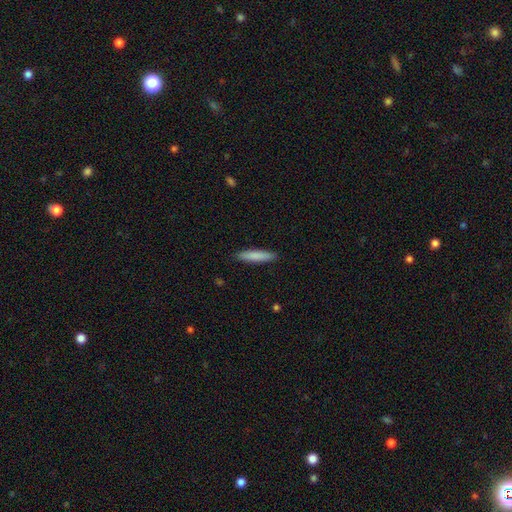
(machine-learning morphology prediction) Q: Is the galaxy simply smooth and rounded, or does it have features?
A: smooth — 82%.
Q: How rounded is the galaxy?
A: cigar-shaped — 87%.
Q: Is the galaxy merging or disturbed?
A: none — 90%.